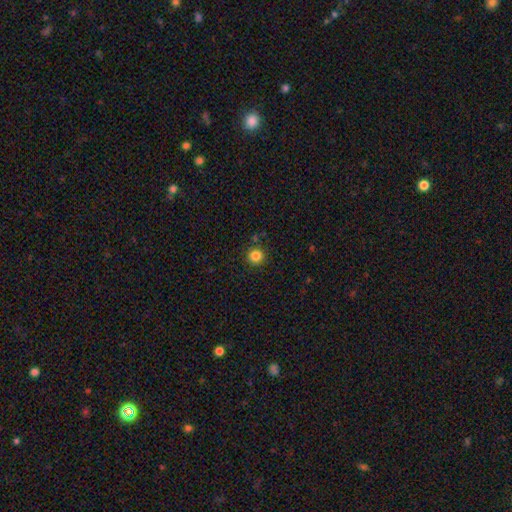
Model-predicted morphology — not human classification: This is clearly a smooth galaxy (83%). How rounded: clearly round (94%). Merging: clearly none (89%).